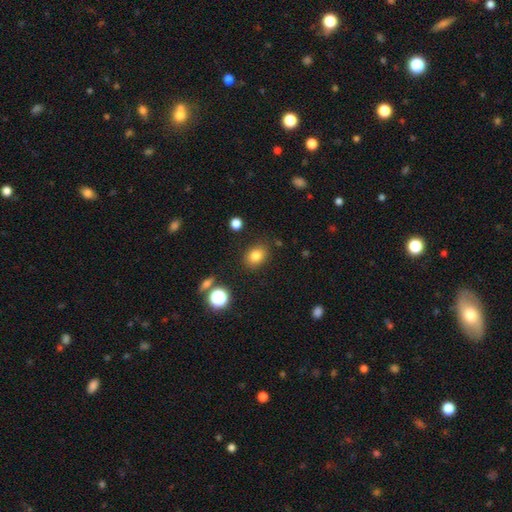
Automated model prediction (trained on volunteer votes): smooth-or-featured: smooth: 80% | star or artifact: 13% | featured or disk: 7%
  how-rounded: in between: 53% | round: 46% | cigar-shaped: 1%
  merging: none: 85% | minor disturbance: 10% | major disturbance: 3% | merger: 2%